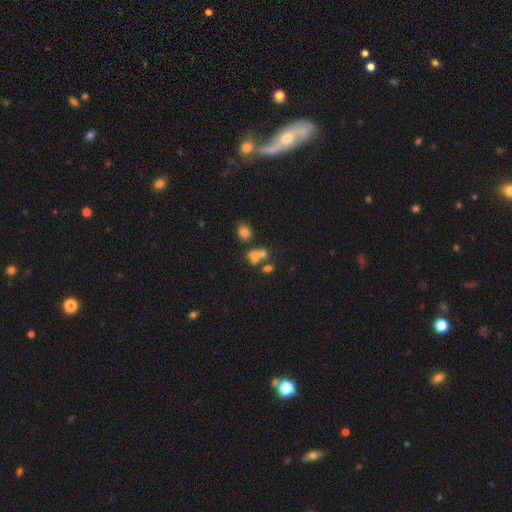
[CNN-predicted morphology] This appears to be a smooth galaxy with no disk features (58%) that is round (53%). Merging: merger (48%).